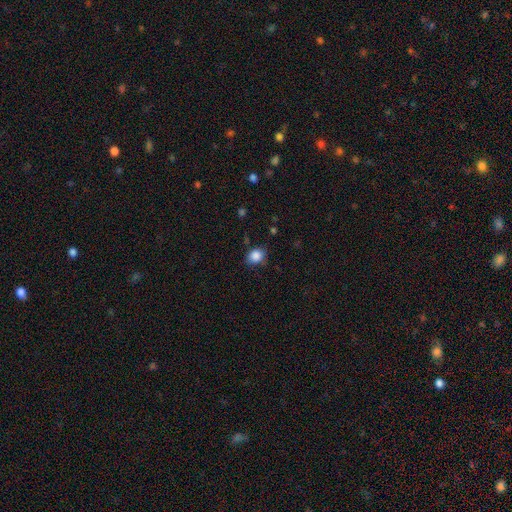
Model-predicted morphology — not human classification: The model was most divided on "how rounded": round: 60%, in between: 39%, cigar-shaped: 1%. More confident: smooth or featured — smooth (86%); merging — none (75%).